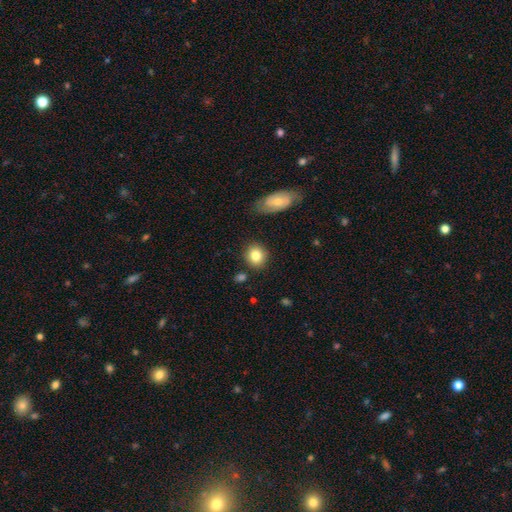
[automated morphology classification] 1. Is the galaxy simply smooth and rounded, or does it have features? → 81% smooth, 10% featured or disk, 8% star or artifact.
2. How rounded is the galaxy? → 77% round, 22% in between, 1% cigar-shaped.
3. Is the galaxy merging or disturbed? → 84% none, 10% minor disturbance, 4% merger, 3% major disturbance.